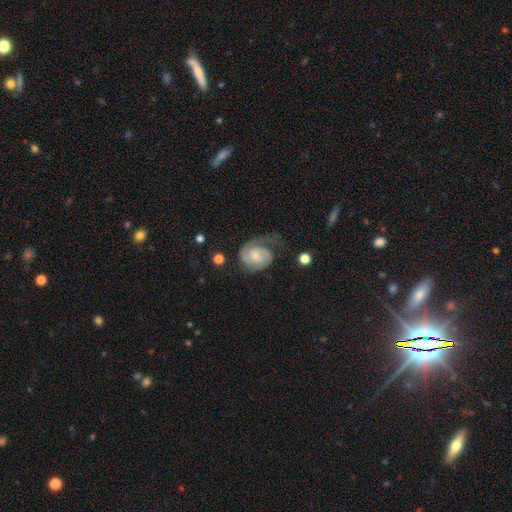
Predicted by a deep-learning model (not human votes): Smooth or featured? featured or disk (79%)
Edge-on disk? no (98%)
Bar? no (62%)
Spiral arms? yes (95%)
Spiral winding? tight (50%)
Spiral arm count? 2 (56%)
Bulge size? small (59%)
Merging? none (46%)